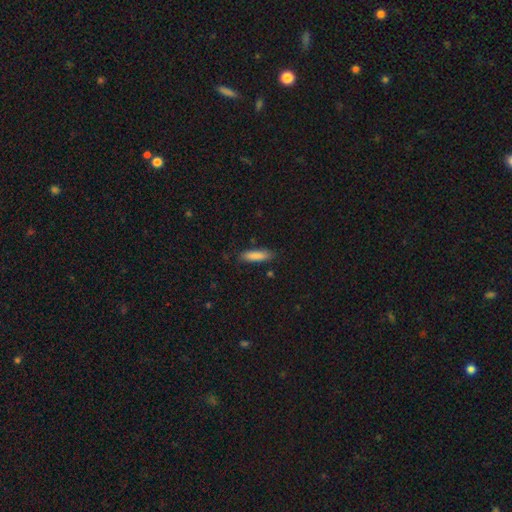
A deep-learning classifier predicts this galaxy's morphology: Smooth or featured? Predicted: smooth (p=0.86). How rounded? Predicted: cigar-shaped (p=0.67). Merging? Predicted: none (p=0.83).